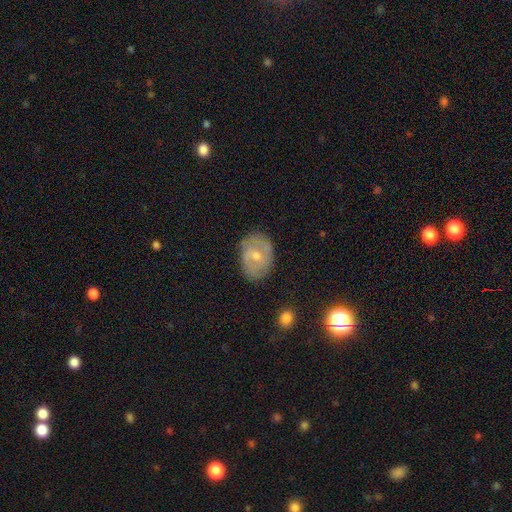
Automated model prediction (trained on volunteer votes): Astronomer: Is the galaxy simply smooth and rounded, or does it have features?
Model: featured or disk — 52% (runner-up: smooth, 40%).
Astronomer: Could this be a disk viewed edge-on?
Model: no — 95%.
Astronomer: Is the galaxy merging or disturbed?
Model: none — 74%.